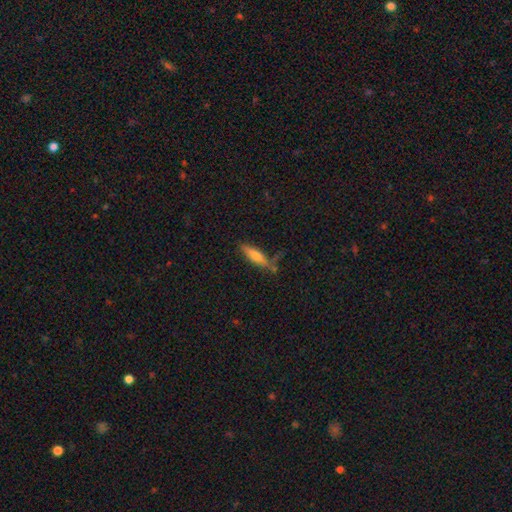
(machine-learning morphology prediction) This is possibly a smooth galaxy (58%). How rounded: likely cigar-shaped (74%). Merging: likely none (66%).